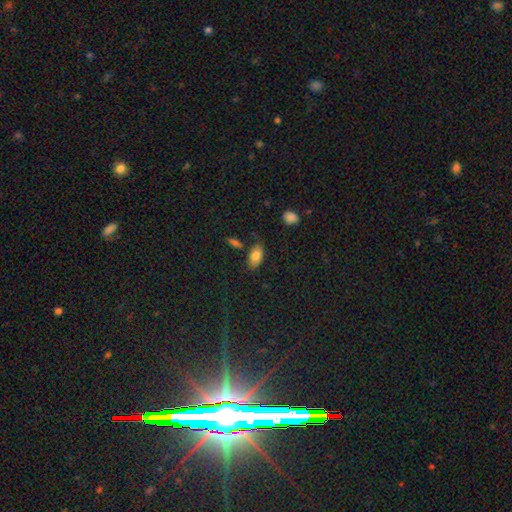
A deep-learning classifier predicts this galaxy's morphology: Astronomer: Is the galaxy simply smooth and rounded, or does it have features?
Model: smooth — 82%.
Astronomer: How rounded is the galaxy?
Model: in between — 92%.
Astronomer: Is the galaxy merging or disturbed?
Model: none — 76%.